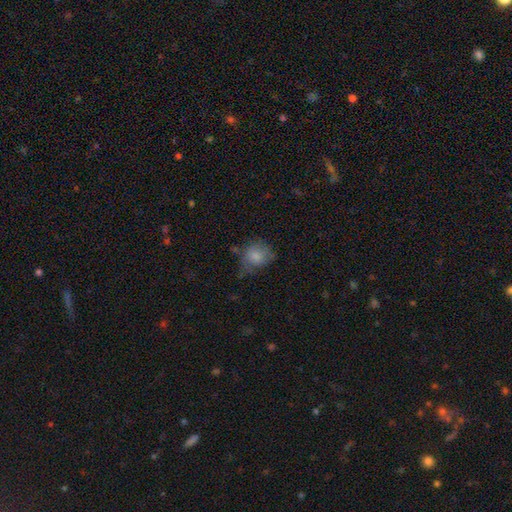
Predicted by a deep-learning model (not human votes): smooth_or_featured: smooth (p=0.78) [alt: featured or disk p=0.13]
how_rounded: round (p=0.62) [alt: in between p=0.37]
merging: none (p=0.46) [alt: minor disturbance p=0.34]